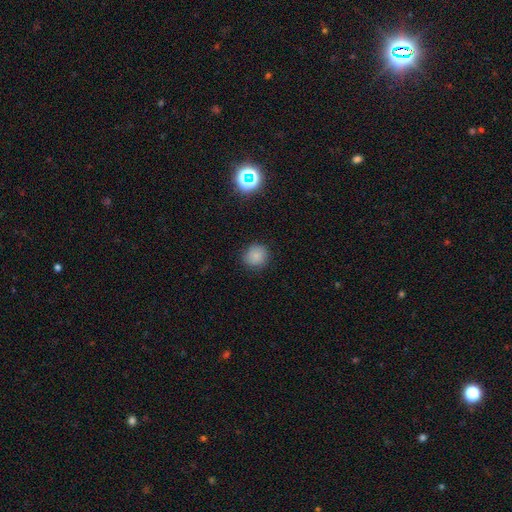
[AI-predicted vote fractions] This is clearly a smooth galaxy (83%). How rounded: clearly round (88%). Merging: clearly none (86%).